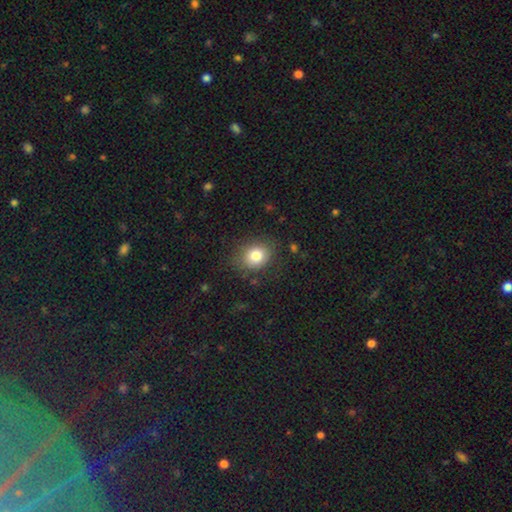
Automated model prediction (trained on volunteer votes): Smooth or featured? Predicted: smooth (p=0.81). How rounded? Predicted: round (p=0.59). Merging? Predicted: none (p=0.80).